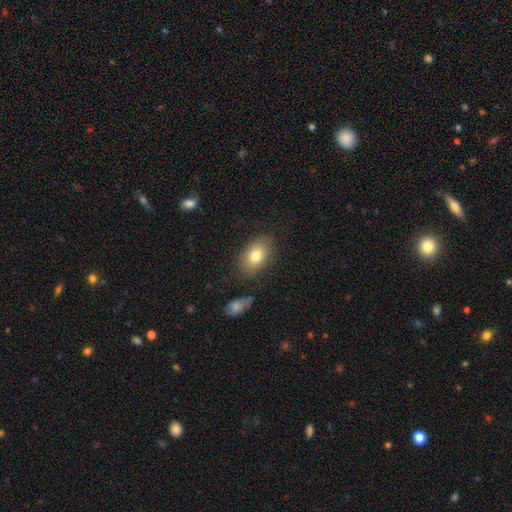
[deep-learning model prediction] smooth_or_featured: smooth (p=0.78) [alt: featured or disk p=0.13]
how_rounded: in between (p=0.85) [alt: round p=0.13]
merging: none (p=0.80) [alt: minor disturbance p=0.13]